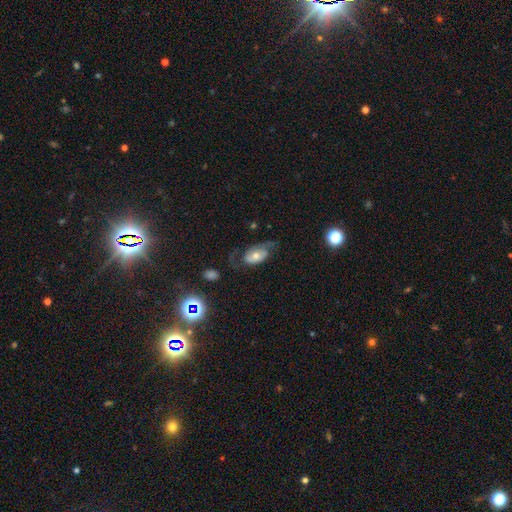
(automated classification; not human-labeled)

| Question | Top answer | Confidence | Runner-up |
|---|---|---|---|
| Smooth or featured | featured or disk | 54% | smooth (37%) |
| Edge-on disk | no | 92% | yes (8%) |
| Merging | none | 48% | major disturbance (26%) |